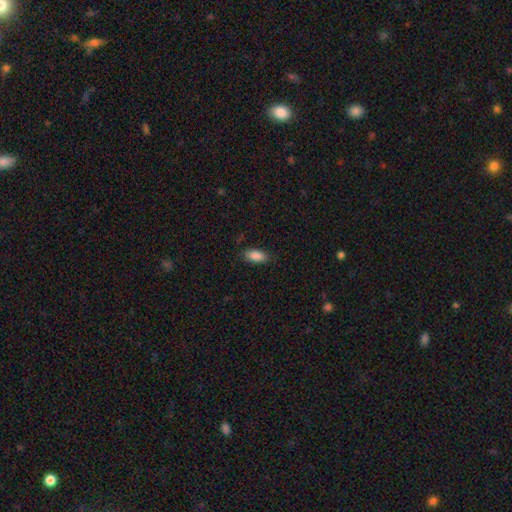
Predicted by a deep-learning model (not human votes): This is clearly a smooth galaxy (88%). How rounded: clearly in between (88%). Merging: clearly none (84%).